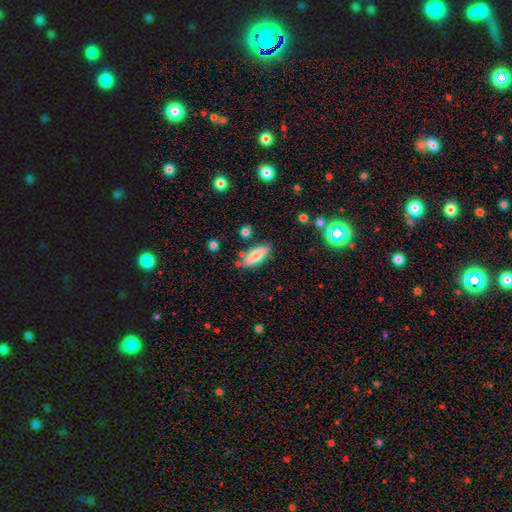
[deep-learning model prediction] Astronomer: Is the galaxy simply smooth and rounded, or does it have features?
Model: smooth — 79%.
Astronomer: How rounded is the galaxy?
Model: in between — 69%.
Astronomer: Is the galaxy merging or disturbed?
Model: none — 80%.